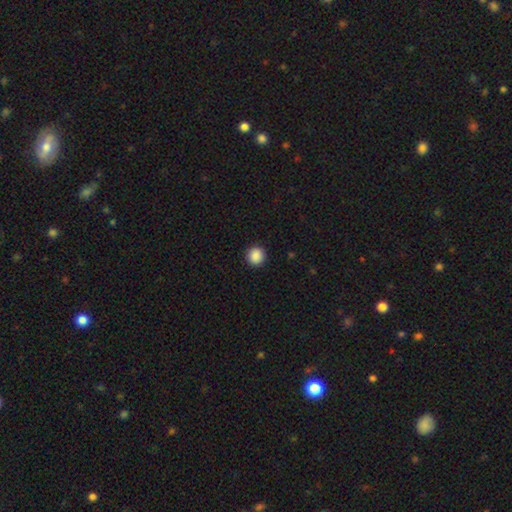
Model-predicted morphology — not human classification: This appears to be a smooth galaxy with no disk features (89%) that is round (95%). Merging: none (93%).